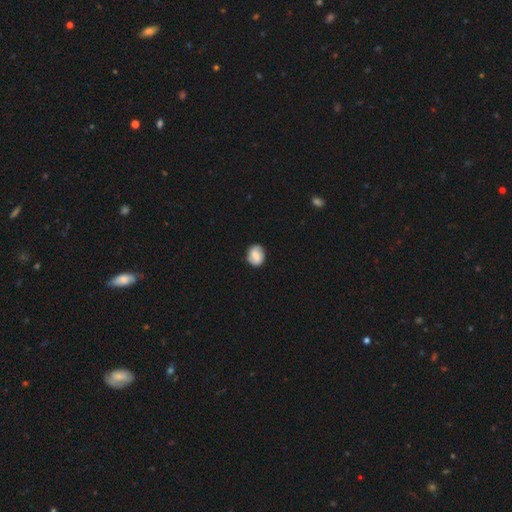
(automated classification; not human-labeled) smooth-or-featured: smooth: 70% | featured or disk: 22% | star or artifact: 8%
  how-rounded: round: 59% | in between: 39% | cigar-shaped: 1%
  merging: none: 82% | minor disturbance: 13% | major disturbance: 3% | merger: 1%